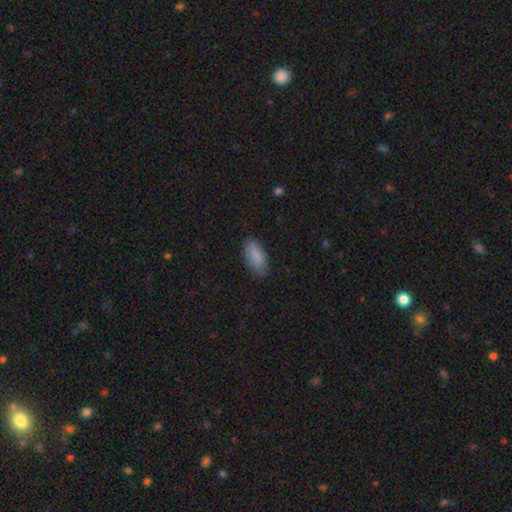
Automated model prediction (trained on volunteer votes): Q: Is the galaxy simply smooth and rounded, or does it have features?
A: smooth — 86%.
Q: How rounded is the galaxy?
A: in between — 87%.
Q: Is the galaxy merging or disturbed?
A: none — 81%.